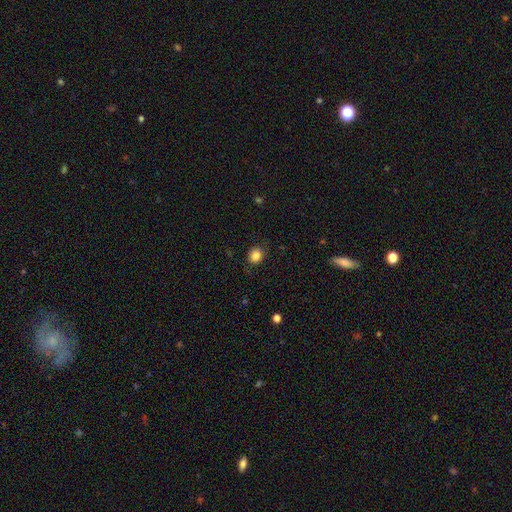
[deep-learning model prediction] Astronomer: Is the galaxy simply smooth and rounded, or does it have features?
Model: smooth — 85%.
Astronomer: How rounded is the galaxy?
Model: round — 75%.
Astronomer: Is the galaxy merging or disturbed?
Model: none — 84%.